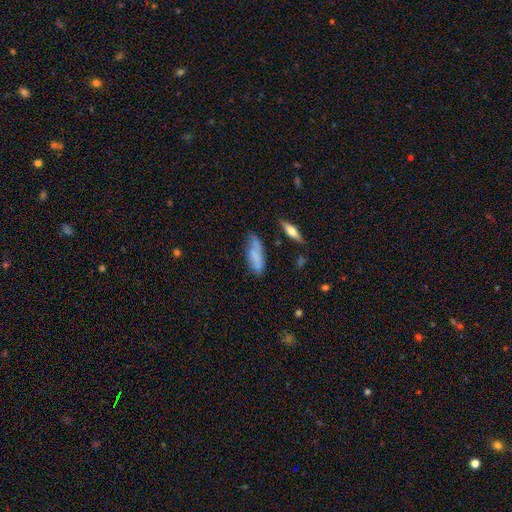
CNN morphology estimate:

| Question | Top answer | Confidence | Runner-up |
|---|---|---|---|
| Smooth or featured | smooth | 67% | featured or disk (24%) |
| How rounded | in between | 64% | cigar-shaped (34%) |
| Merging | none | 50% | minor disturbance (33%) |